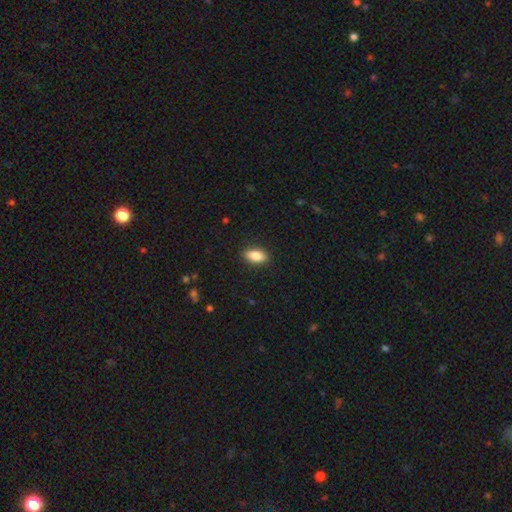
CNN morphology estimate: This appears to be a smooth galaxy with no disk features (86%) that is in between round and cigar-shaped (90%). Merging: none (90%).